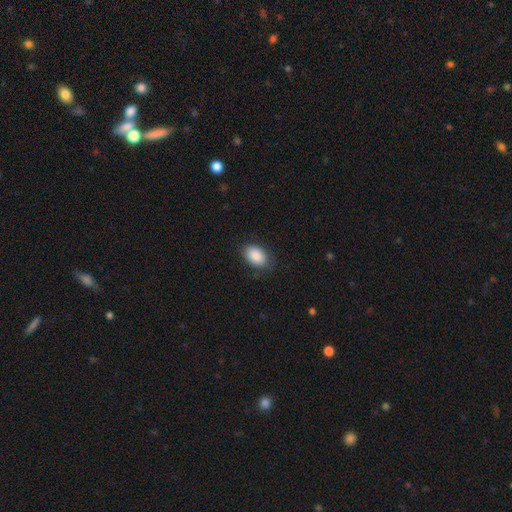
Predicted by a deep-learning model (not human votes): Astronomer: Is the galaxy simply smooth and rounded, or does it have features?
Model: smooth — 89%.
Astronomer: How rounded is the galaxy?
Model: in between — 89%.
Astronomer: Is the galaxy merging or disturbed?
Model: none — 81%.